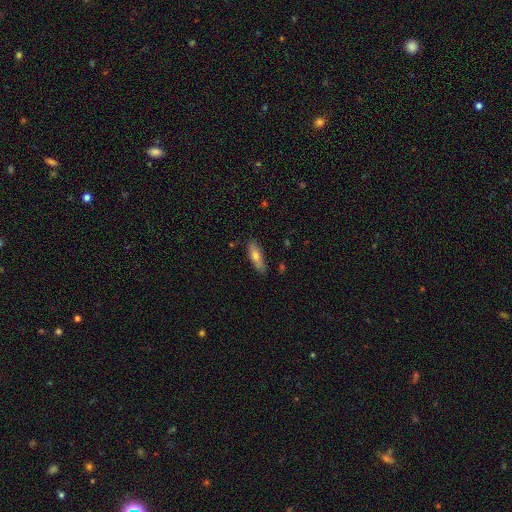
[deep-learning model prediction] smooth 68%, featured or disk 26%, star or artifact 6%. Down the decision tree: how rounded — in between (49%, tied with cigar-shaped); merging — none (80%).